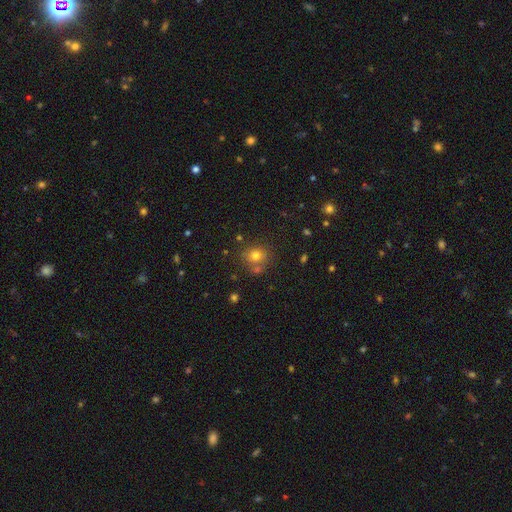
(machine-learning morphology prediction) Smooth or featured? Predicted: smooth (p=0.75). How rounded? Predicted: round (p=0.78). Merging? Predicted: none (p=0.65).